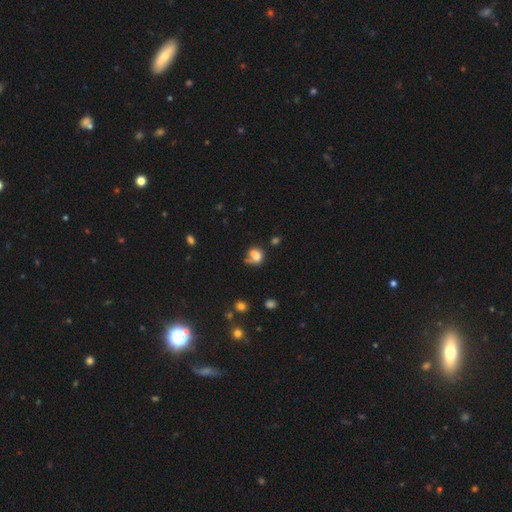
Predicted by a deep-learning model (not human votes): A smooth galaxy with no disk features (70%) that is round (57%). Merging: none (35%).